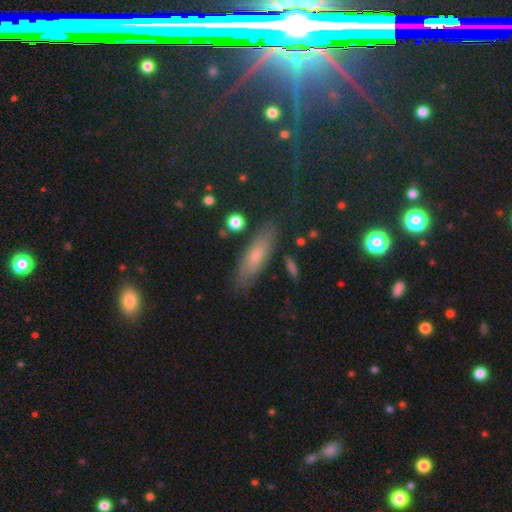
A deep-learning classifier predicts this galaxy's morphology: type=smooth (62%); roundness=cigar-shaped (51%); merging=none (82%).